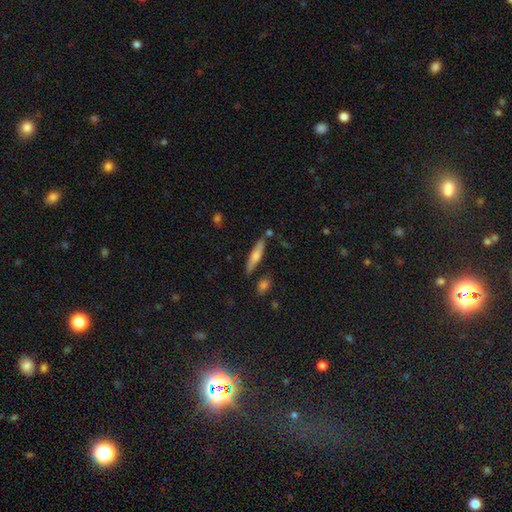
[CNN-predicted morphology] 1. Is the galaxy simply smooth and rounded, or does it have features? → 57% smooth, 36% featured or disk, 7% star or artifact.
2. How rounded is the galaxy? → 81% cigar-shaped, 17% in between, 2% round.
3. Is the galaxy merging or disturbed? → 79% none, 12% minor disturbance, 7% merger, 3% major disturbance.